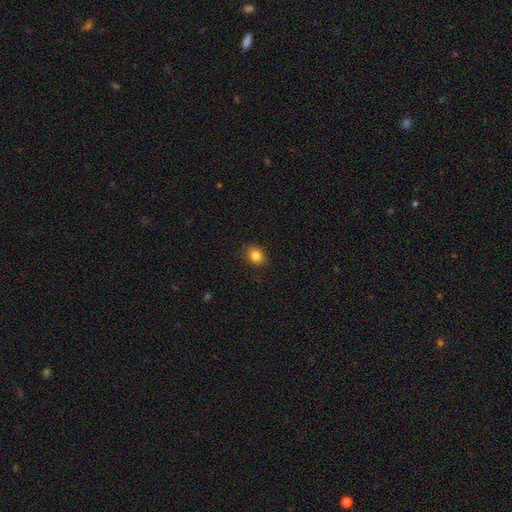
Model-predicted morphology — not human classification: A smooth galaxy with no disk features (84%) that is round (57%).

Vote fractions:
- Smooth or featured? smooth: 84% / star or artifact: 11% / featured or disk: 5%
- How rounded? round: 57% / in between: 42% / cigar-shaped: 1%
- Merging? none: 87% / minor disturbance: 10% / major disturbance: 2% / merger: 1%